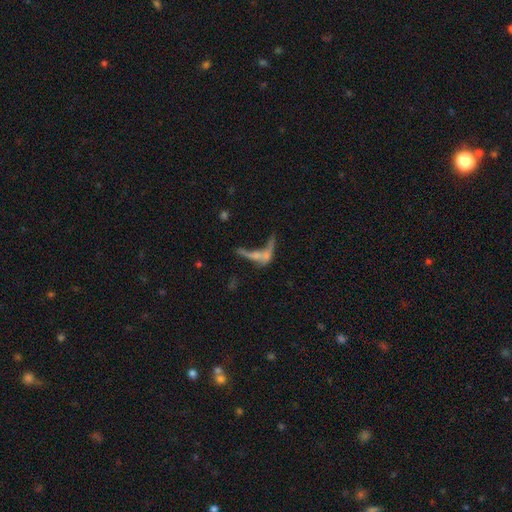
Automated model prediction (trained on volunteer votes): Smooth or featured: featured or disk — 42% (smooth — 41%)
Merging: merger — 48% (major disturbance — 25%)